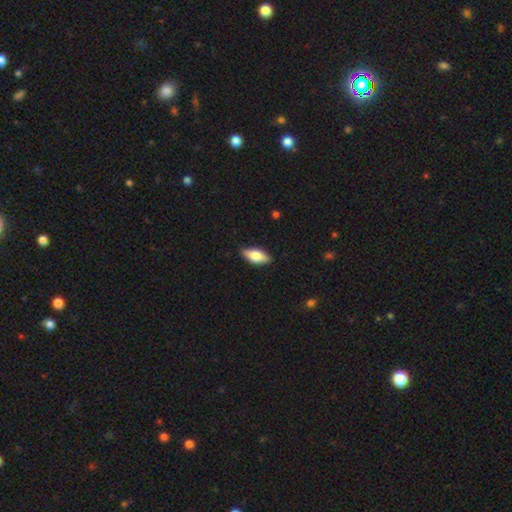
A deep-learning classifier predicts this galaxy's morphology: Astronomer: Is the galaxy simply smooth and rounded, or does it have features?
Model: smooth — 72%.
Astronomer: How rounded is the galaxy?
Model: in between — 84%.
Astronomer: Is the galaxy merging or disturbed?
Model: none — 86%.